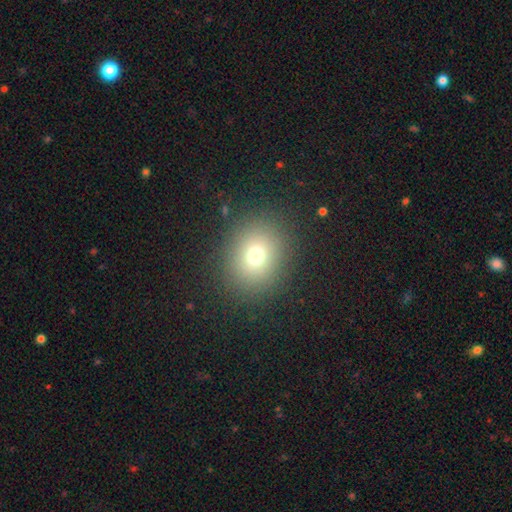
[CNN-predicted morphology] This appears to be a smooth galaxy with no disk features (73%) that is round (75%). Merging: none (88%).